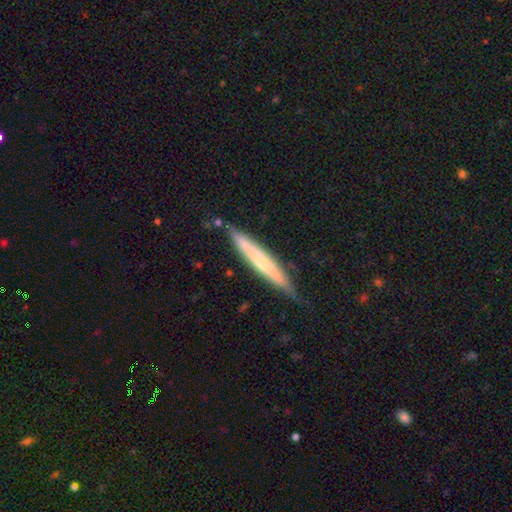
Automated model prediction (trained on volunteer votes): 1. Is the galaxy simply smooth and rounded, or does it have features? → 52% featured or disk, 42% smooth, 6% star or artifact.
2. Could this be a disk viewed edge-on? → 91% yes, 9% no.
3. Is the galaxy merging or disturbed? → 80% none, 15% minor disturbance, 3% major disturbance, 2% merger.